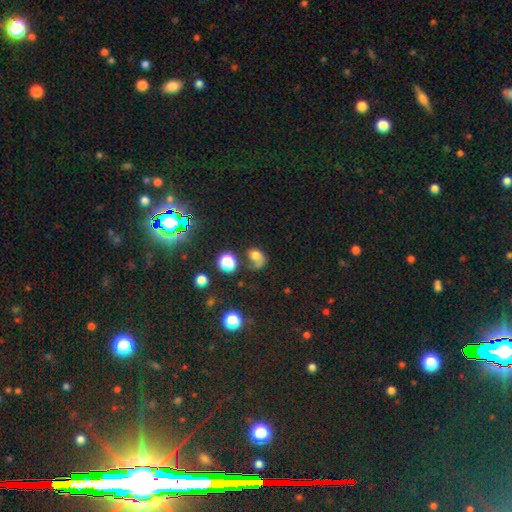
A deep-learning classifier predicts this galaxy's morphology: The model was most divided on "how rounded": in between: 51%, round: 47%, cigar-shaped: 2%. Remaining: smooth or featured — smooth (60%); merging — major disturbance (33%).